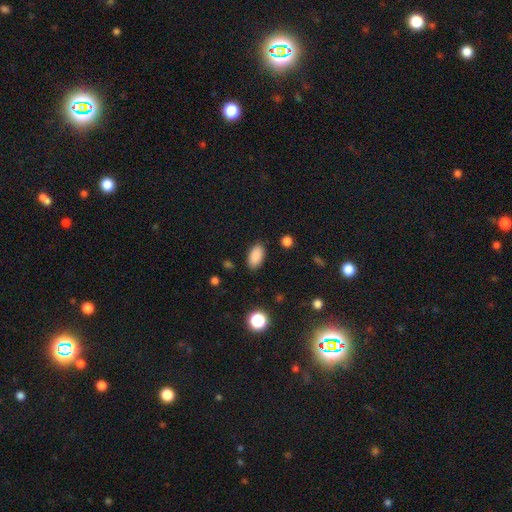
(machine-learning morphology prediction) Smooth or featured: smooth — 88% (star or artifact — 9%)
How rounded: in between — 93% (round — 4%)
Merging: none — 87% (minor disturbance — 9%)